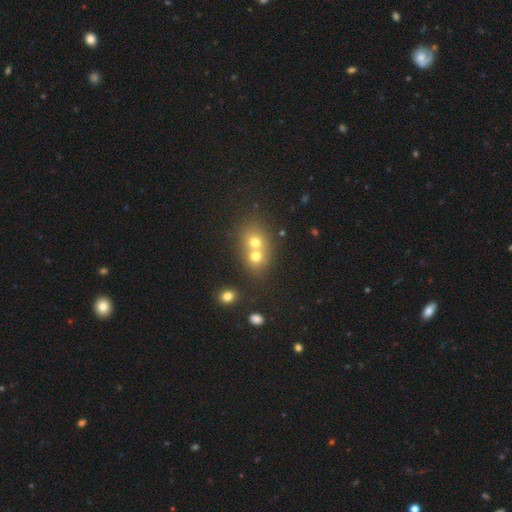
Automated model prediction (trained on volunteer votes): smooth-or-featured: smooth: 58% | star or artifact: 22% | featured or disk: 20%
  how-rounded: round: 68% | in between: 31% | cigar-shaped: 1%
  merging: merger: 59% | none: 32% | minor disturbance: 6% | major disturbance: 3%